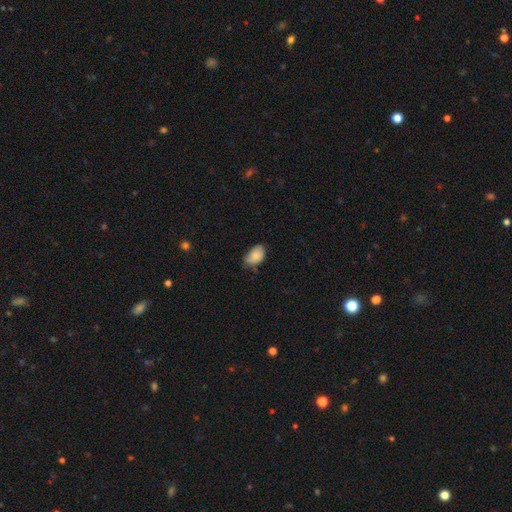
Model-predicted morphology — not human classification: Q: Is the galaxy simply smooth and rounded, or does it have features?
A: smooth — 82%.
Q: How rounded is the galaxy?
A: in between — 88%.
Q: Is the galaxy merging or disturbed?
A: none — 48%.